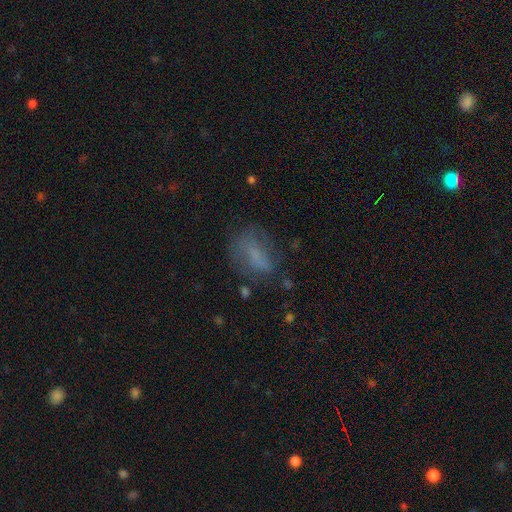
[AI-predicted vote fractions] smooth_or_featured: smooth (p=0.59) [alt: featured or disk p=0.26]
how_rounded: in between (p=0.75) [alt: round p=0.15]
merging: none (p=0.55) [alt: minor disturbance p=0.23]